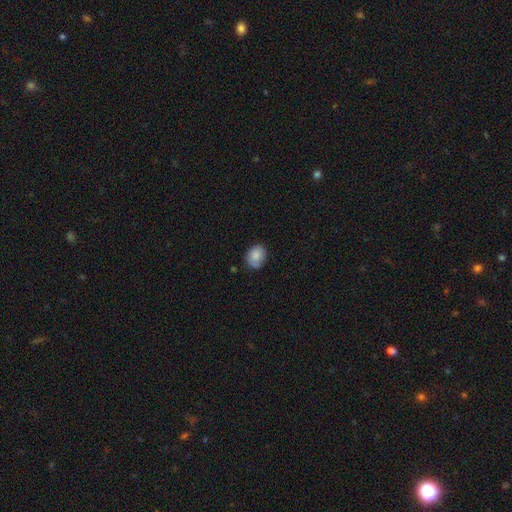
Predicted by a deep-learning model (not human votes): Smooth or featured: smooth — 83% (featured or disk — 9%)
How rounded: in between — 53% (round — 46%)
Merging: none — 71% (minor disturbance — 23%)